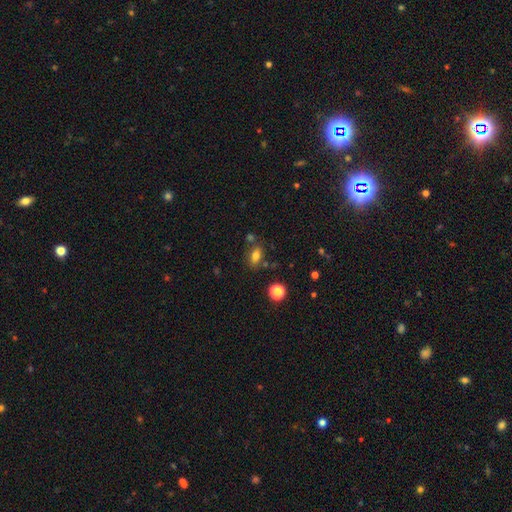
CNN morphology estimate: The model was most divided on "merging": none: 72%, minor disturbance: 14%, merger: 10%, major disturbance: 4%. More confident: how rounded — in between (81%); smooth or featured — smooth (78%).